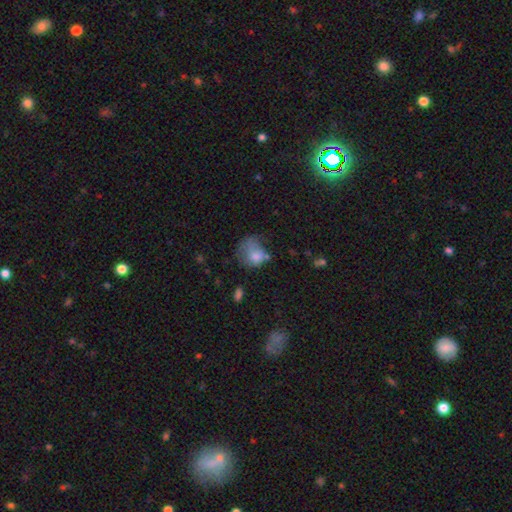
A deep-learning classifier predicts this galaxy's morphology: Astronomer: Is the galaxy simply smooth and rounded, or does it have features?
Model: smooth — 67%.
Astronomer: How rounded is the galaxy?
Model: round — 51% (runner-up: in between, 48%).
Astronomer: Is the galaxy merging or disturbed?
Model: major disturbance — 36% (runner-up: minor disturbance, 27%).